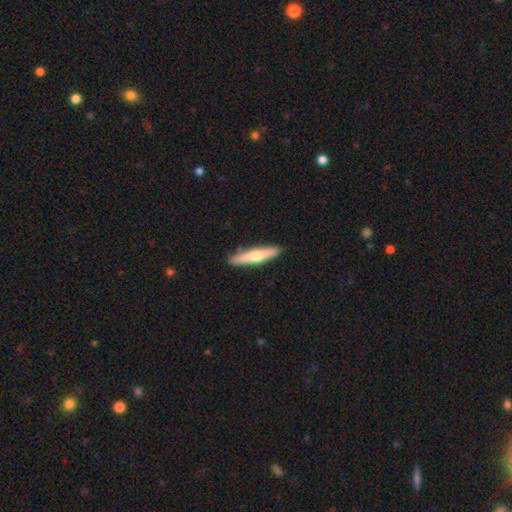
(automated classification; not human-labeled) The model was most divided on "smooth or featured": smooth: 53%, featured or disk: 42%, star or artifact: 5%. More confident: merging — none (88%); how rounded — cigar-shaped (88%).